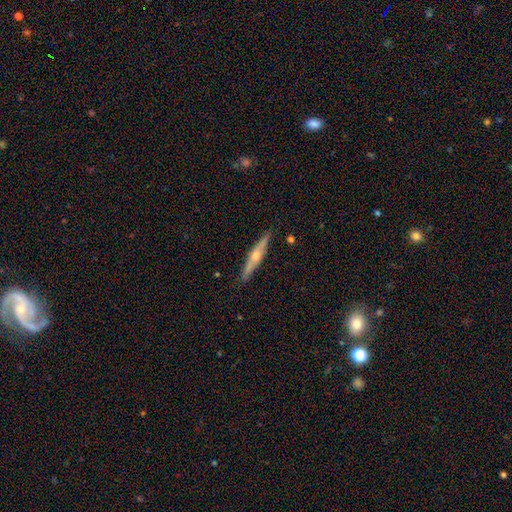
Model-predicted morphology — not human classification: type=featured or disk (68%); edge-on=yes (96%); edge-on bulge=rounded (89%); merging=none (90%).